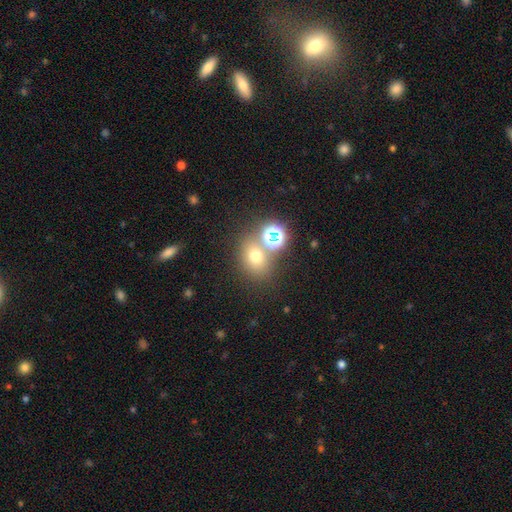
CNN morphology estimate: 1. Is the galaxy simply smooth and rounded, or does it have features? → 64% smooth, 24% star or artifact, 11% featured or disk.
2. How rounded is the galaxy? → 62% round, 37% in between, 1% cigar-shaped.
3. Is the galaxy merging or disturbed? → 64% none, 21% merger, 10% minor disturbance, 5% major disturbance.